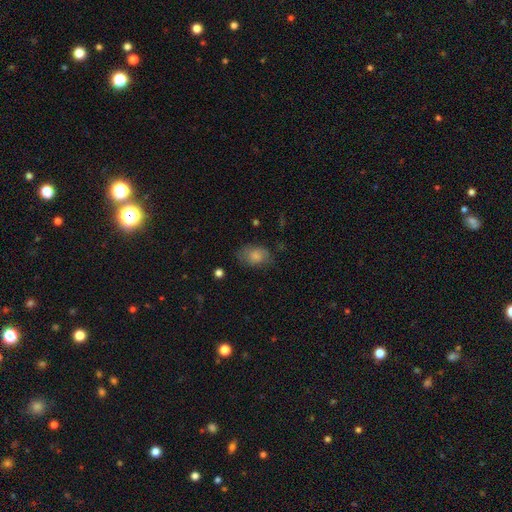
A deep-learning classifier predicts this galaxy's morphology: smooth_or_featured: smooth (p=0.75) [alt: featured or disk p=0.16]
how_rounded: in between (p=0.80) [alt: round p=0.19]
merging: none (p=0.60) [alt: minor disturbance p=0.27]